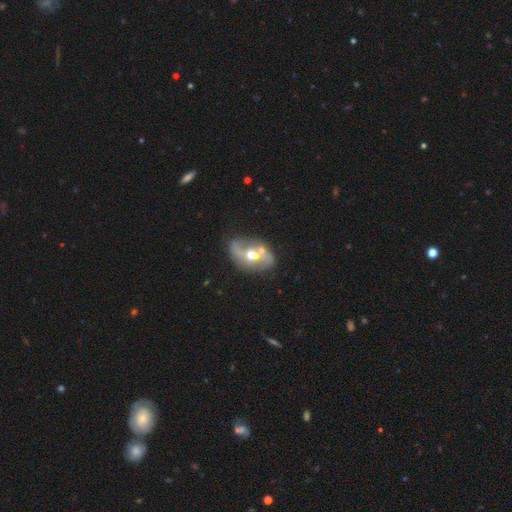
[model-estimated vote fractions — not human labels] A featured or disk galaxy (69%) with no bar (60%), spiral arms (61%) and a moderate central bulge (71%). Merging: none (53%).